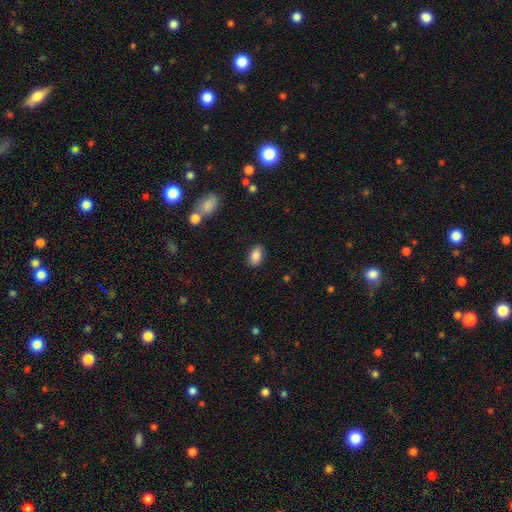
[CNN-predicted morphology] Smooth or featured? smooth (86%)
How rounded? in between (88%)
Merging? none (87%)